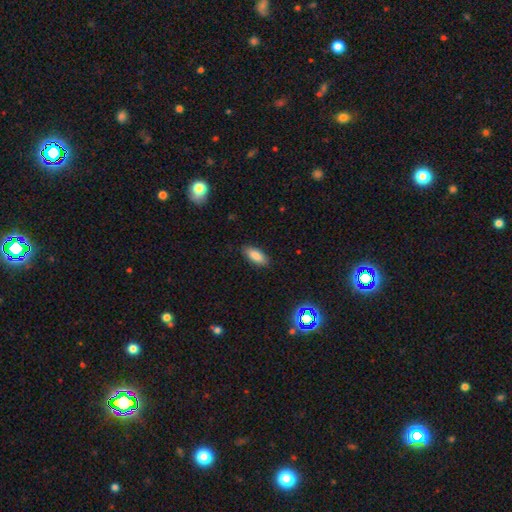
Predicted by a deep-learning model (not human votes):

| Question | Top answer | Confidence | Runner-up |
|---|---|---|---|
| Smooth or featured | smooth | 86% | star or artifact (7%) |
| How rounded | in between | 81% | cigar-shaped (17%) |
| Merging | none | 87% | minor disturbance (10%) |